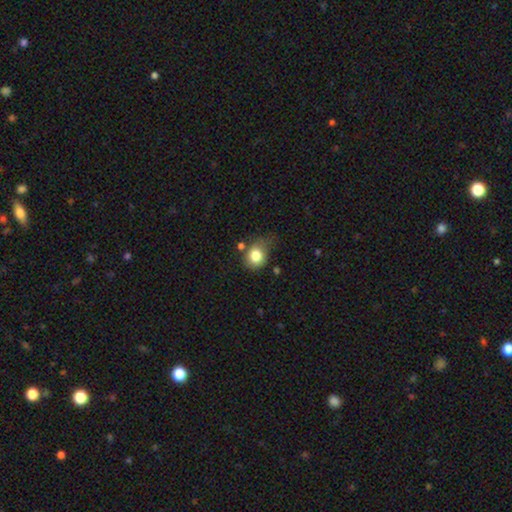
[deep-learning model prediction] A smooth galaxy with no disk features (81%) that is round (66%).

Vote fractions:
- Smooth or featured? smooth: 81% / star or artifact: 10% / featured or disk: 9%
- How rounded? round: 66% / in between: 33% / cigar-shaped: 1%
- Merging? none: 50% / minor disturbance: 31% / major disturbance: 12% / merger: 7%